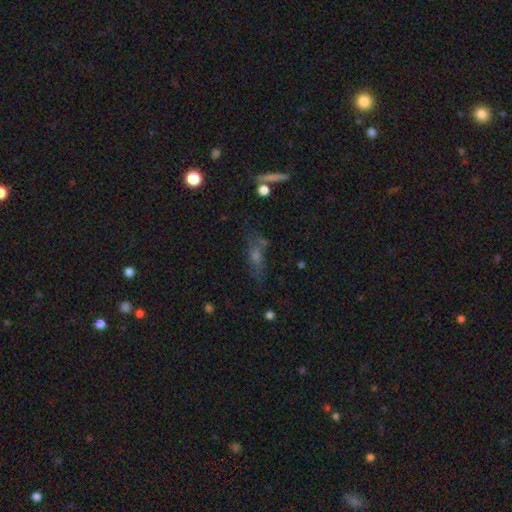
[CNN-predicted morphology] smooth 42%, featured or disk 36%, star or artifact 23%. Down the decision tree: merging — none (63%).